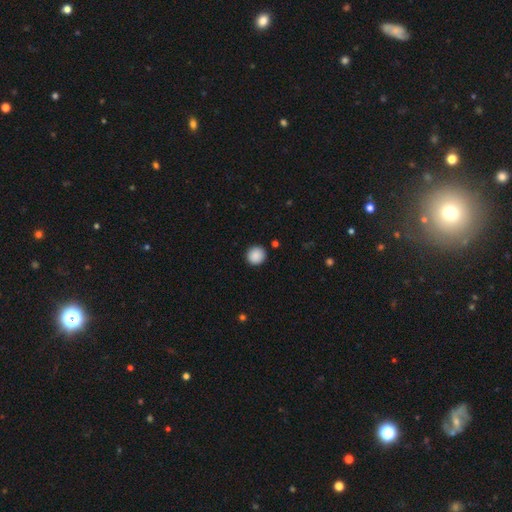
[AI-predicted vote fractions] A smooth galaxy with no disk features (89%) that is round (93%). Merging: none (91%).